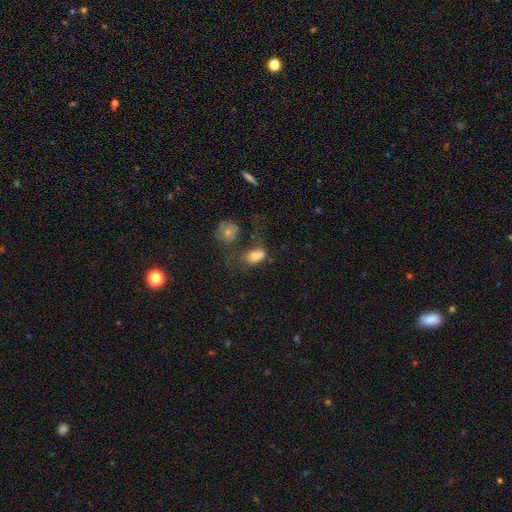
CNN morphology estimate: smooth-or-featured: smooth: 73% | featured or disk: 16% | star or artifact: 11%
  how-rounded: in between: 80% | round: 17% | cigar-shaped: 2%
  merging: merger: 34% | none: 27% | major disturbance: 21% | minor disturbance: 18%